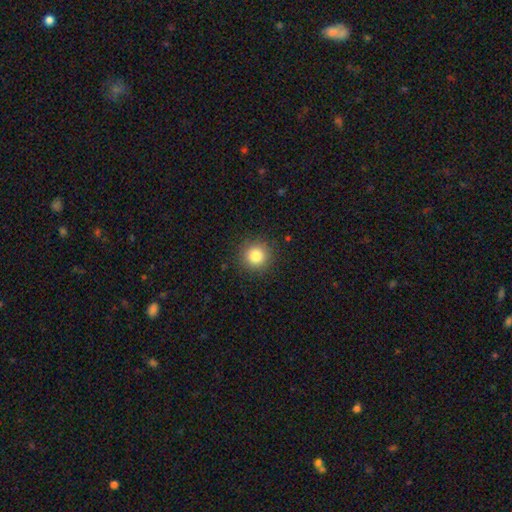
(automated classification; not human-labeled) This appears to be a smooth galaxy with no disk features (82%) that is round (94%). Merging: none (90%).